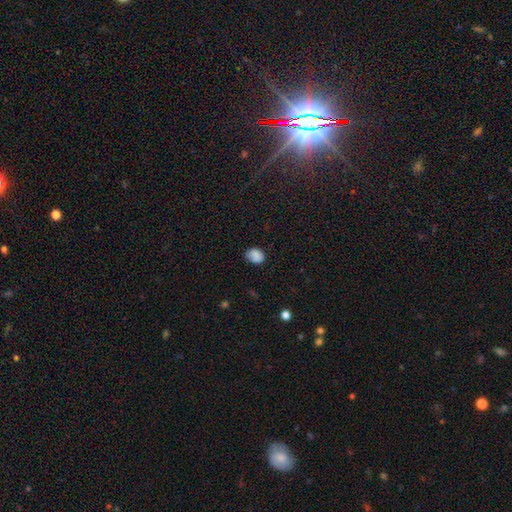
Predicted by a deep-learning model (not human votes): smooth_or_featured: smooth (p=0.83) [alt: star or artifact p=0.10]
how_rounded: in between (p=0.57) [alt: round p=0.42]
merging: none (p=0.73) [alt: minor disturbance p=0.22]